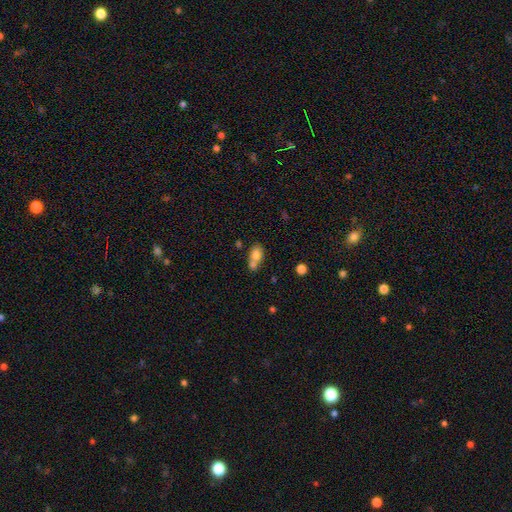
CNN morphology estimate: This appears to be a smooth galaxy with no disk features (76%) that is in between round and cigar-shaped (69%). Merging: merger (53%).